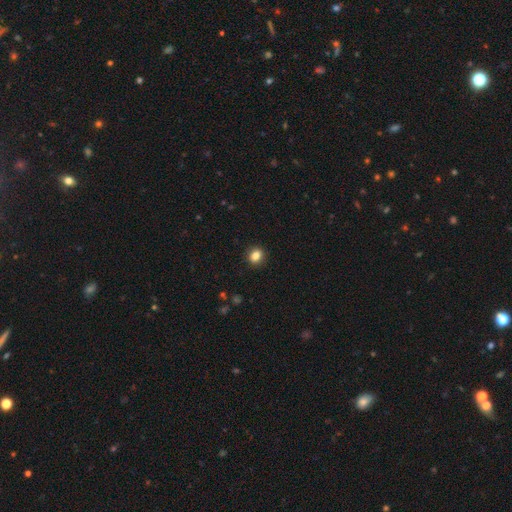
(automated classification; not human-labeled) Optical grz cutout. It shows a smooth galaxy with no disk features (84%) that is round (76%). Merging: none (92%).